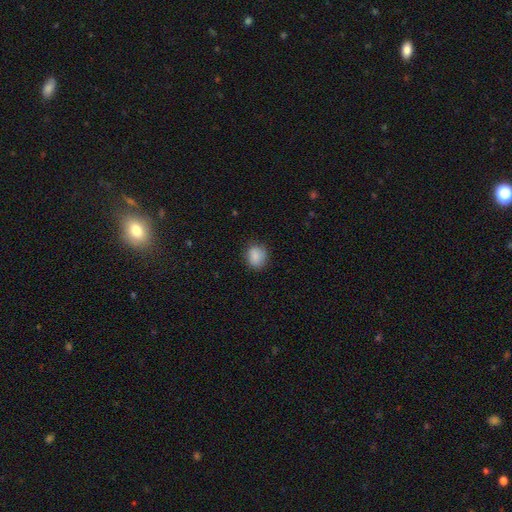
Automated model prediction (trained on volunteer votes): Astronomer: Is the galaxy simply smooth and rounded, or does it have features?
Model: smooth — 86%.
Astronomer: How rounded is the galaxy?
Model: round — 61% (runner-up: in between, 38%).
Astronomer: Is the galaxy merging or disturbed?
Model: none — 79%.